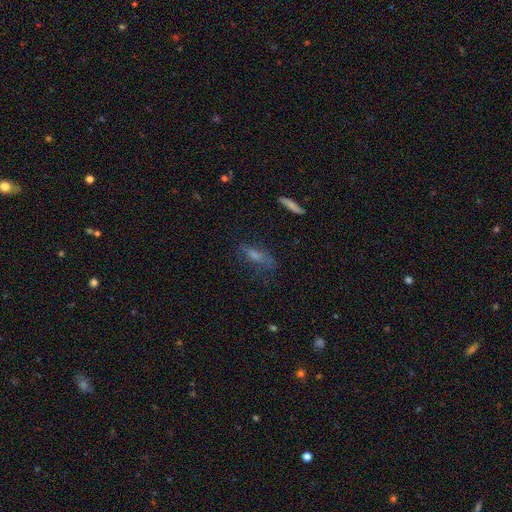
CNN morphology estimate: smooth 50%, featured or disk 35%, star or artifact 15%. Down the decision tree: merging — none (50%).